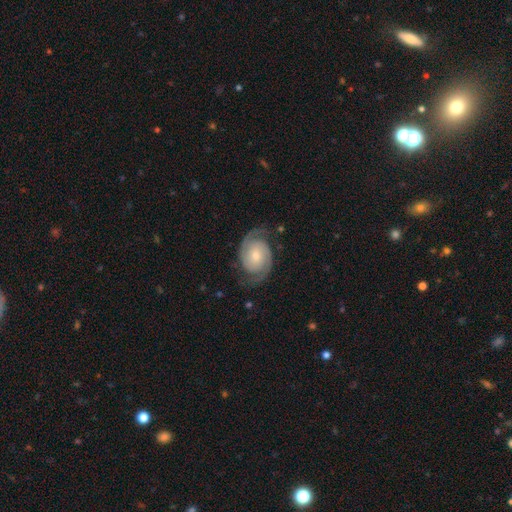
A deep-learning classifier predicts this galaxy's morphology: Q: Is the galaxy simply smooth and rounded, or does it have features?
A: featured or disk — 89%.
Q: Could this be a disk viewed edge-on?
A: no — 98%.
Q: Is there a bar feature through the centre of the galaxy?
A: no — 72%.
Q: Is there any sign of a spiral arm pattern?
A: yes — 98%.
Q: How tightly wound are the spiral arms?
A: medium — 44%.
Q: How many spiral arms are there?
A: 2 — 93%.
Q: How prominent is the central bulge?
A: small — 60%.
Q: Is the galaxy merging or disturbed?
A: none — 79%.